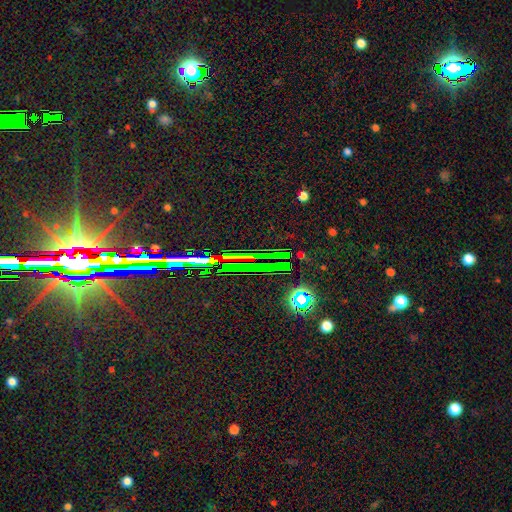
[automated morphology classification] smooth_or_featured: star or artifact (p=0.87) [alt: featured or disk p=0.07]